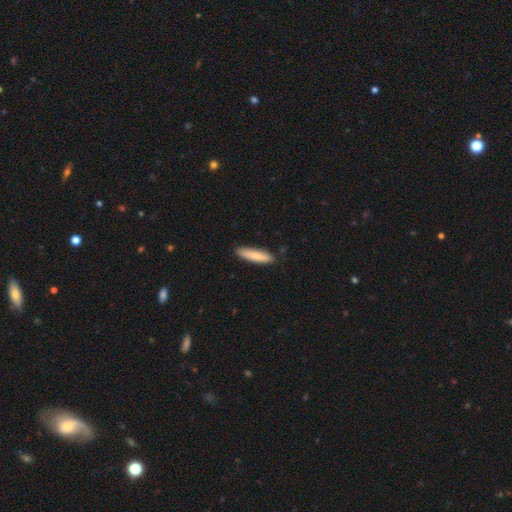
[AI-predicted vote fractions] Overall: smooth (81%). How rounded: cigar-shaped (78%). Merging: none (87%).